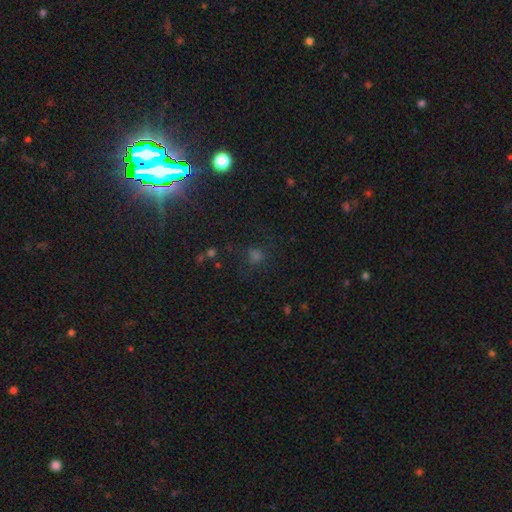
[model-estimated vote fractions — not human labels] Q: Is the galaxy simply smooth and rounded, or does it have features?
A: star or artifact — 51%.